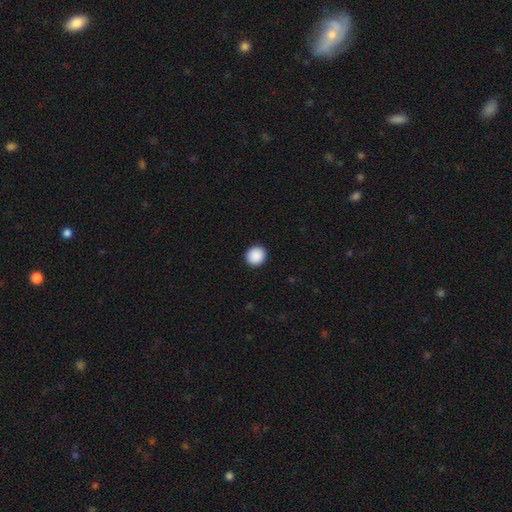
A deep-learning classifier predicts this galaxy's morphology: Smooth or featured? Predicted: smooth (p=0.90). How rounded? Predicted: round (p=0.89). Merging? Predicted: none (p=0.93).